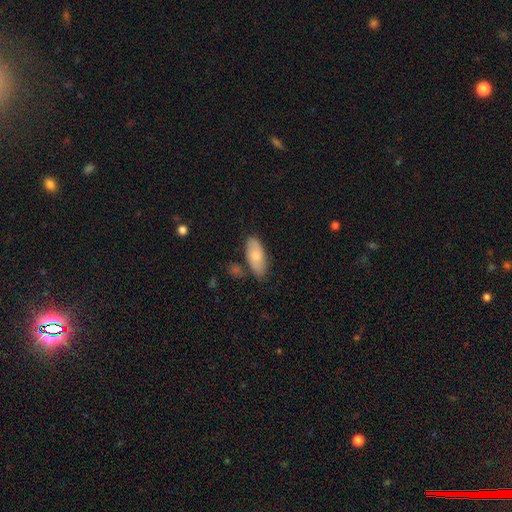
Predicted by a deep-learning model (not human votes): This is likely a smooth galaxy (73%). How rounded: clearly in between (88%). Merging: likely none (77%).